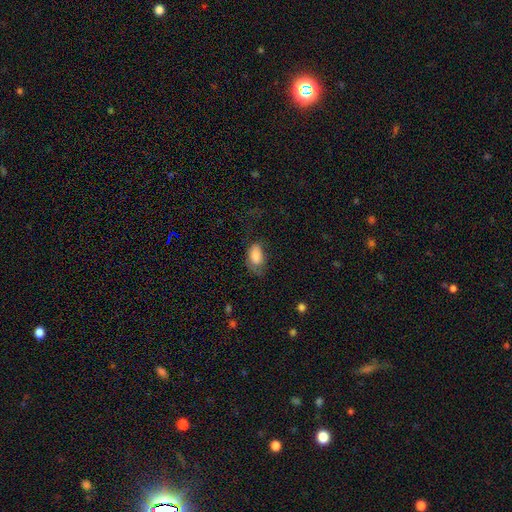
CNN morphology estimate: A smooth galaxy with no disk features (79%) that is in between round and cigar-shaped (92%).

Vote fractions:
- Smooth or featured? smooth: 79% / featured or disk: 13% / star or artifact: 8%
- How rounded? in between: 92% / round: 6% / cigar-shaped: 2%
- Merging? none: 39% / minor disturbance: 30% / major disturbance: 29% / merger: 2%